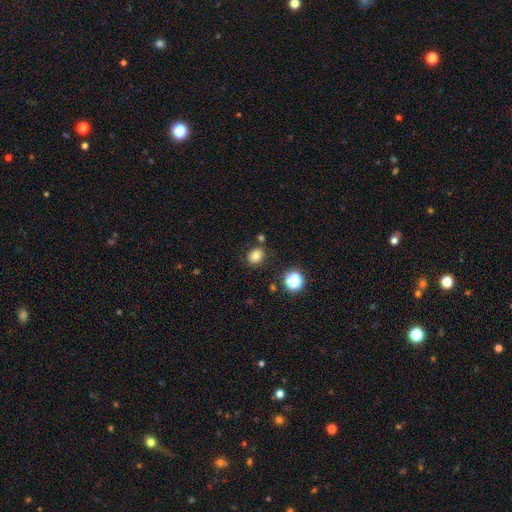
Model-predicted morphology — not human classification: type=smooth (78%); roundness=round (51%); merging=none (78%).